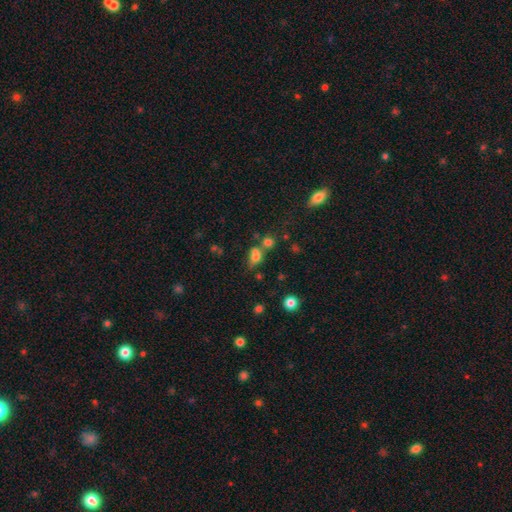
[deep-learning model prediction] smooth_or_featured: smooth (p=0.71) [alt: star or artifact p=0.16]
how_rounded: in between (p=0.58) [alt: round p=0.38]
merging: merger (p=0.49) [alt: none p=0.33]